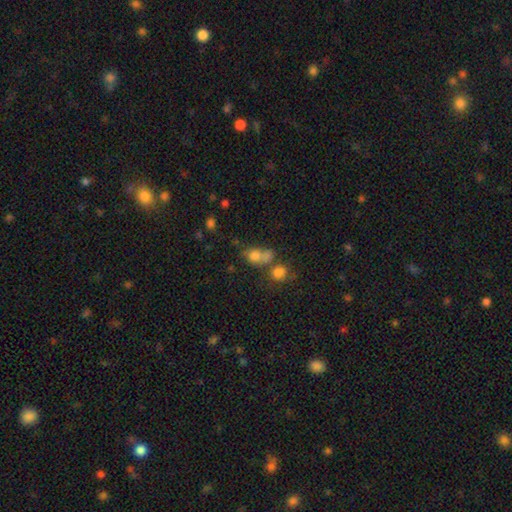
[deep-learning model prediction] Smooth or featured? Predicted: smooth (p=0.74). How rounded? Predicted: round (p=0.56). Merging? Predicted: merger (p=0.46).